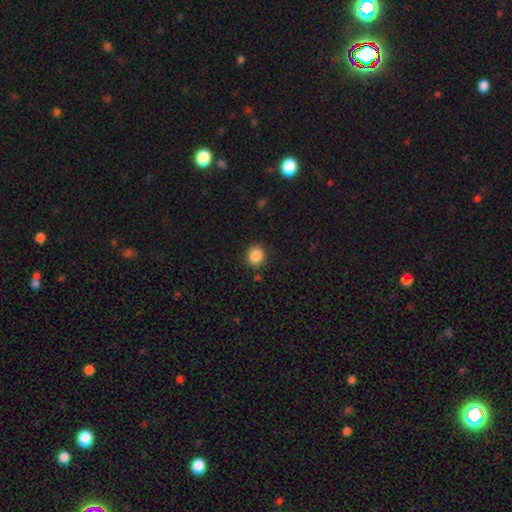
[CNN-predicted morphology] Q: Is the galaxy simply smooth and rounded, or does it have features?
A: smooth — 87%.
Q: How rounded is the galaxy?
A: round — 75%.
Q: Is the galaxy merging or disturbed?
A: none — 86%.